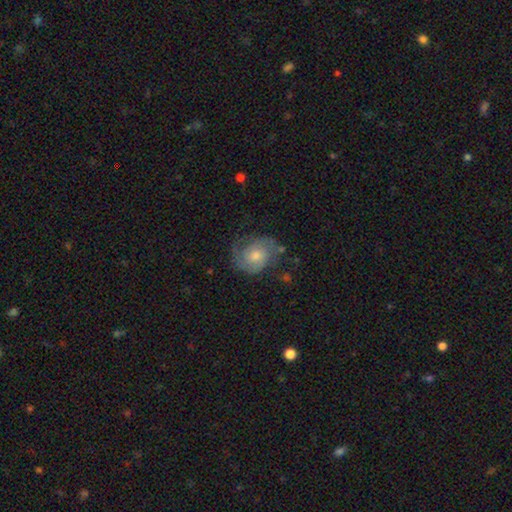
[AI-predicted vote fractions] Morphology: type=featured or disk (74%); edge-on=no (98%); bar=no (72%); spiral arms=yes (94%); winding=tight (45%); arm count=2 (77%); bulge=moderate (59%); merging=none (71%).